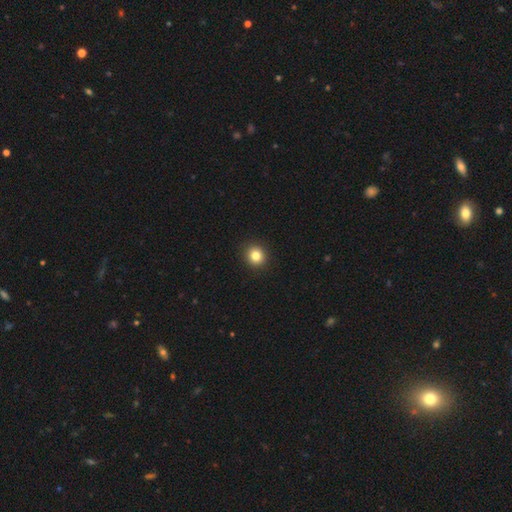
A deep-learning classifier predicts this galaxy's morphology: The model was most divided on "smooth or featured": smooth: 83%, star or artifact: 11%, featured or disk: 6%. More confident: merging — none (93%); how rounded — round (87%).